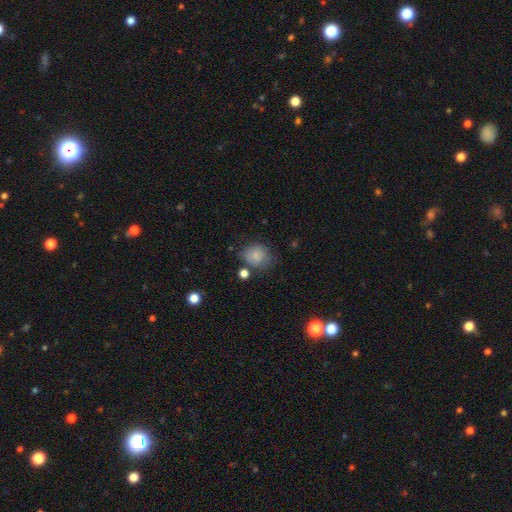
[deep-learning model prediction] smooth_or_featured: smooth (p=0.79) [alt: featured or disk p=0.11]
how_rounded: round (p=0.74) [alt: in between p=0.25]
merging: none (p=0.61) [alt: minor disturbance p=0.23]